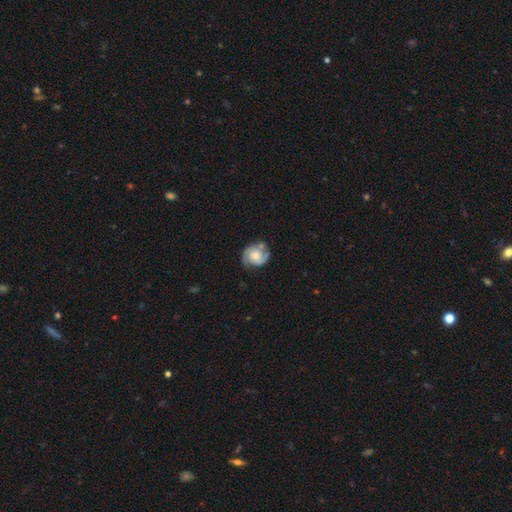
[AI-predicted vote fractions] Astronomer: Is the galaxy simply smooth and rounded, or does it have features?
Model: featured or disk — 68%.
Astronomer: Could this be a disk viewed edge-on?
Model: no — 98%.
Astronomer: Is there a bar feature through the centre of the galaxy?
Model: no — 68%.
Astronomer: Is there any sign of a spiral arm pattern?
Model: yes — 91%.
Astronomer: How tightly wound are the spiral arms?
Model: tight — 46% (runner-up: medium, 40%).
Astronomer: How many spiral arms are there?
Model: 2 — 76%.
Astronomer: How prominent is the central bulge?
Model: moderate — 48% (runner-up: small, 26%).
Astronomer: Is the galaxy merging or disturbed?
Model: none — 64%.